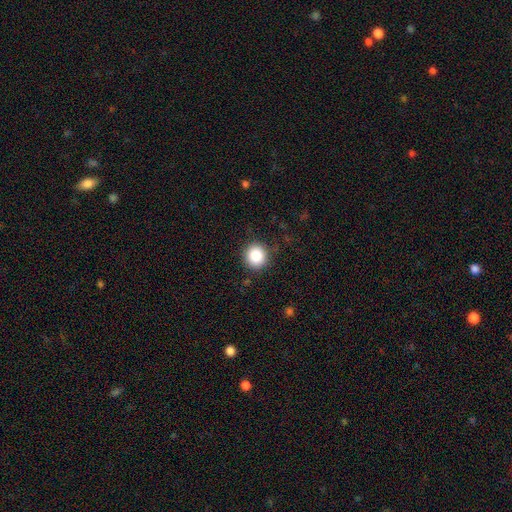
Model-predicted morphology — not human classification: smooth_or_featured: smooth (p=0.87) [alt: star or artifact p=0.09]
how_rounded: round (p=0.91) [alt: in between p=0.08]
merging: none (p=0.88) [alt: minor disturbance p=0.08]